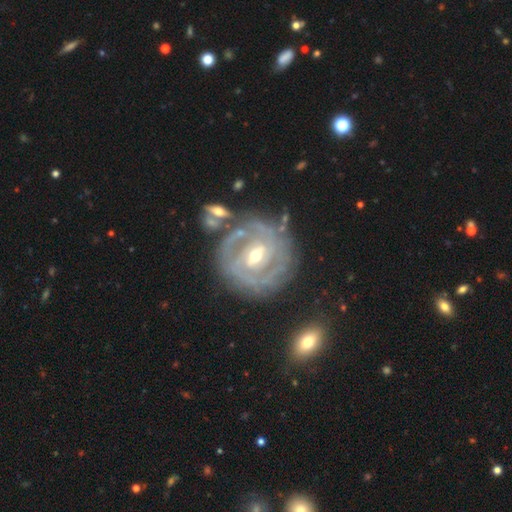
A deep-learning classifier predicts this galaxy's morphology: A featured or disk galaxy (88%) with a weak bar (50%), tight (74%) spiral arms (93%) and a moderate central bulge (60%). Merging: none (70%).